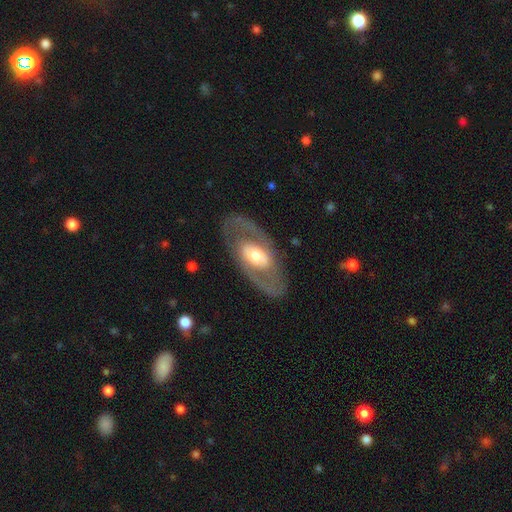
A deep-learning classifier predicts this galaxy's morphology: Q: Smooth or featured?
A: featured or disk (74%); runner-up: smooth (21%)
Q: Edge-on disk?
A: no (90%); runner-up: yes (10%)
Q: Bar?
A: no (47%); runner-up: weak (32%)
Q: Spiral arms?
A: yes (59%); runner-up: no (41%)
Q: Bulge size?
A: moderate (59%); runner-up: large (22%)
Q: Merging?
A: none (80%); runner-up: minor disturbance (12%)